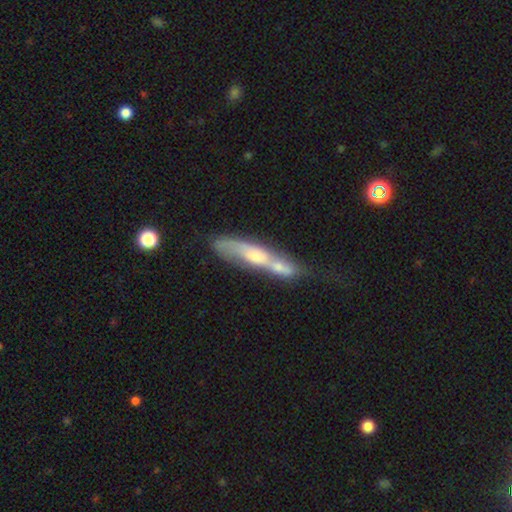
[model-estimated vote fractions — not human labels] Morphology: type=featured or disk (47%); merging=merger (50%).